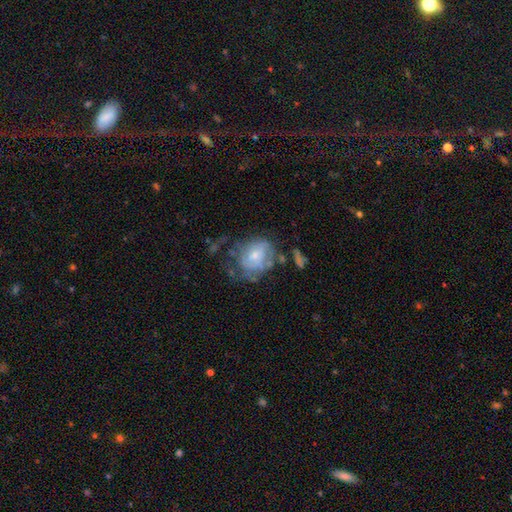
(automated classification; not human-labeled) This appears to be a featured or disk galaxy (53%) with no bar (70%), spiral arms (52%) and a small central bulge (53%). Merging: none (35%).